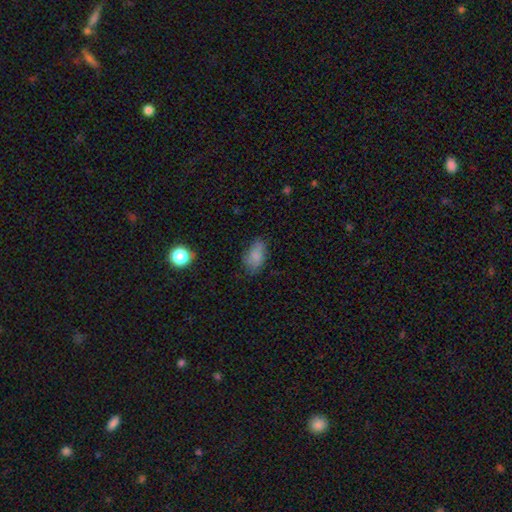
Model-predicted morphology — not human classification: A smooth galaxy with no disk features (78%) that is in between round and cigar-shaped (90%).

Vote fractions:
- Smooth or featured? smooth: 78% / featured or disk: 12% / star or artifact: 10%
- How rounded? in between: 90% / round: 7% / cigar-shaped: 2%
- Merging? none: 61% / minor disturbance: 28% / major disturbance: 9% / merger: 2%